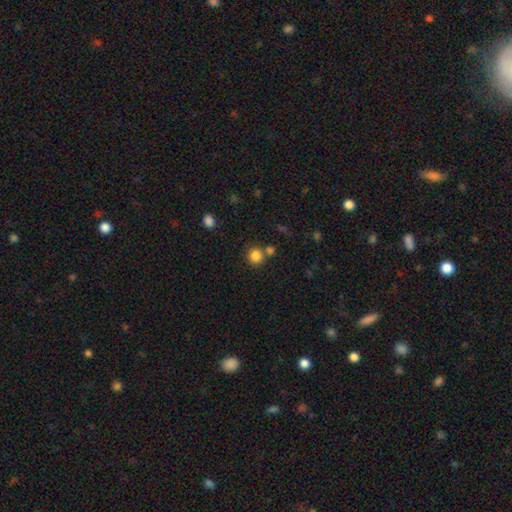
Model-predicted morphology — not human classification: This appears to be a smooth galaxy with no disk features (84%) that is round (91%). Merging: none (70%).